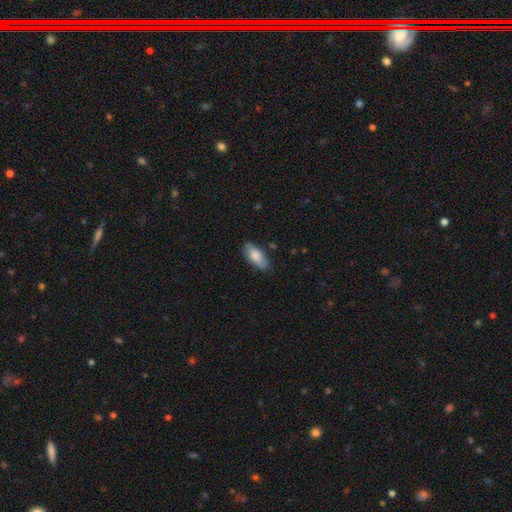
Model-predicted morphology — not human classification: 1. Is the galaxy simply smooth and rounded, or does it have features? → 82% smooth, 13% featured or disk, 6% star or artifact.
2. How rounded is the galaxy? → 85% in between, 13% cigar-shaped, 2% round.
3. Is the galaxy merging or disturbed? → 81% none, 15% minor disturbance, 2% major disturbance, 1% merger.